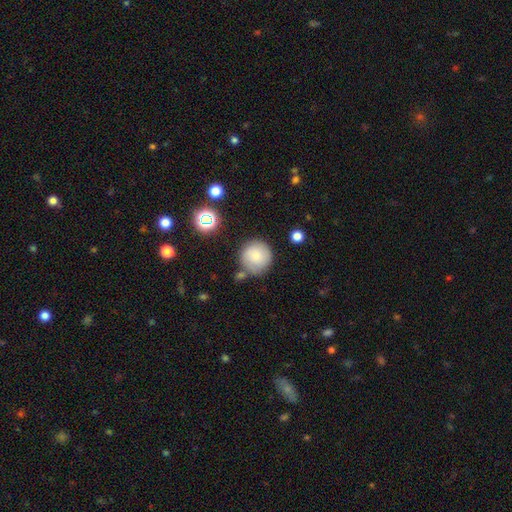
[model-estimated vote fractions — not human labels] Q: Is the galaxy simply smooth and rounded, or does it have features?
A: smooth — 80%.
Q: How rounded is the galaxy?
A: round — 94%.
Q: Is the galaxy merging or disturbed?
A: none — 74%.